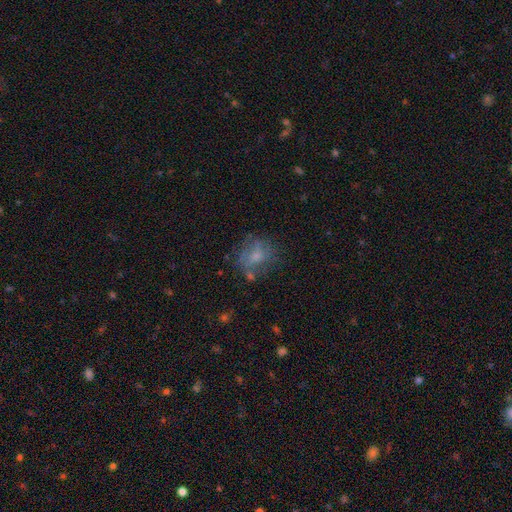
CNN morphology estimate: smooth-or-featured: smooth: 49% | featured or disk: 37% | star or artifact: 14%
  merging: none: 55% | minor disturbance: 21% | major disturbance: 18% | merger: 6%